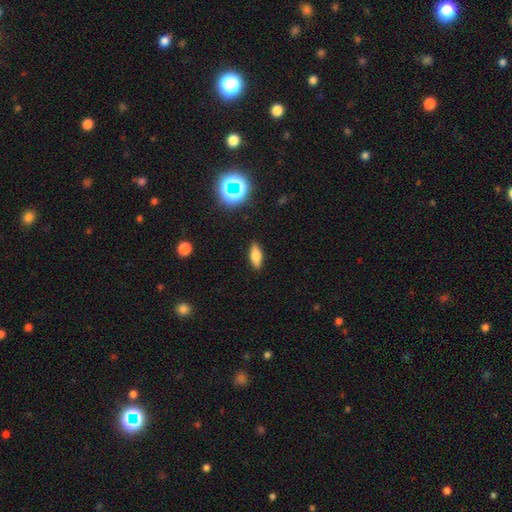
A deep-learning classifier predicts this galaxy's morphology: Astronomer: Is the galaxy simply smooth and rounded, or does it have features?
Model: smooth — 72%.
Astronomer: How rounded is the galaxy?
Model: in between — 70%.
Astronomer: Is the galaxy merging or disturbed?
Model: none — 88%.